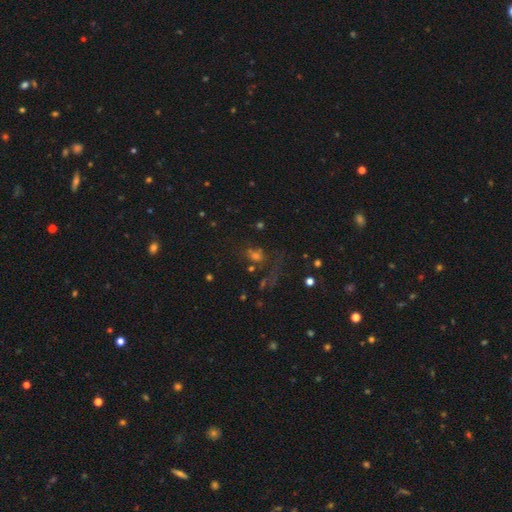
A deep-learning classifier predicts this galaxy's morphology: star or artifact 41%, smooth 38%, featured or disk 21%.